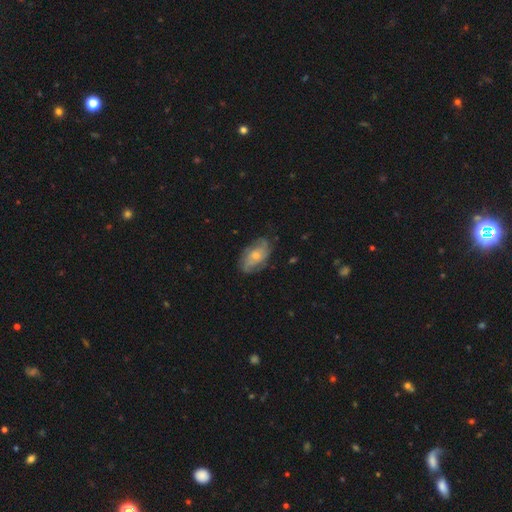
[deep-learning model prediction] The model was most divided on "bulge size": small: 49%, moderate: 44%, large: 3%, none: 3%, dominant: 1%. Remaining: edge-on disk — no (95%); spiral arms — yes (85%); bar — no (75%); merging — none (70%); smooth or featured — featured or disk (65%); spiral winding — tight (44%); spiral arm count — 2 (43%).